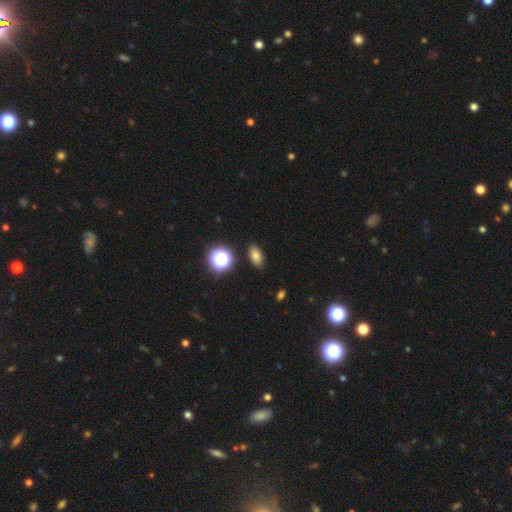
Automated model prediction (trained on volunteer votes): Smooth or featured?
  - smooth: 76% *
  - star or artifact: 16%
  - featured or disk: 8%
How rounded?
  - in between: 84% *
  - round: 13%
  - cigar-shaped: 3%
Merging?
  - none: 87% *
  - minor disturbance: 9%
  - major disturbance: 2%
  - merger: 2%